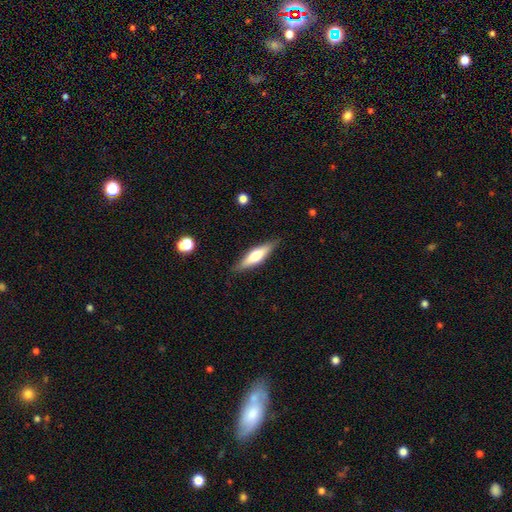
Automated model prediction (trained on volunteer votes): A smooth galaxy with no disk features (49%). Merging: none (87%).